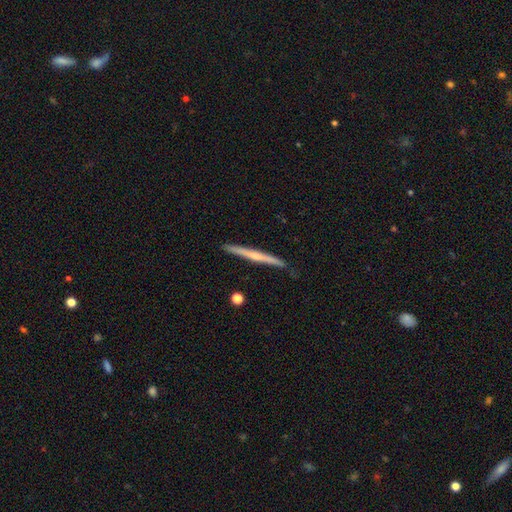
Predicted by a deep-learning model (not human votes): Smooth or featured? featured or disk (61%)
Edge-on disk? yes (98%)
Edge-on bulge? rounded (50%)
Merging? none (87%)